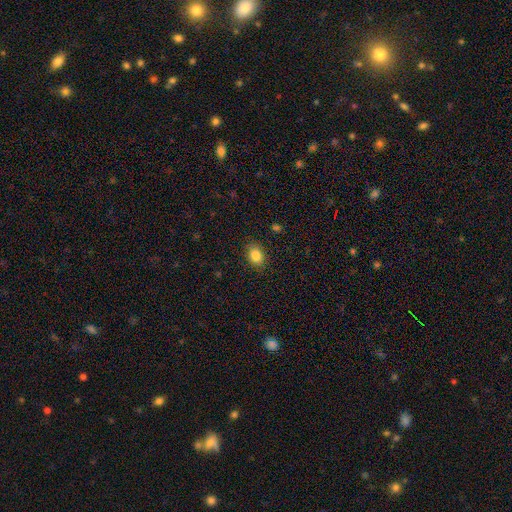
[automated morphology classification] Smooth or featured: smooth — 86% (star or artifact — 9%)
How rounded: in between — 70% (round — 29%)
Merging: none — 87% (minor disturbance — 10%)